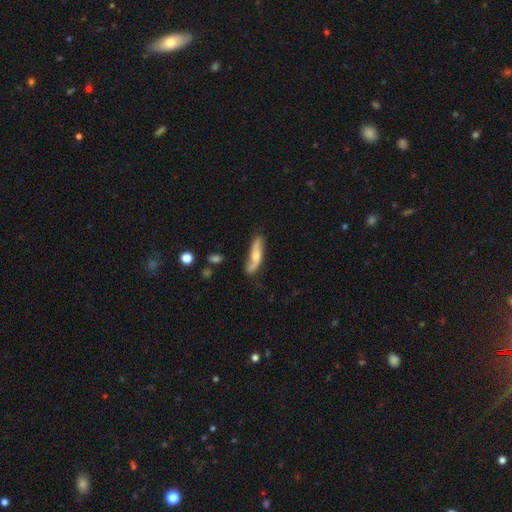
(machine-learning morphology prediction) A featured or disk galaxy (56%). Merging: none (69%).